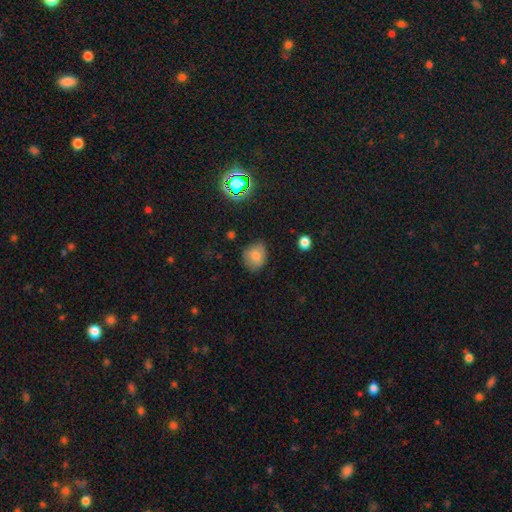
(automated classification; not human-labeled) Smooth or featured?
  - smooth: 75% *
  - featured or disk: 13%
  - star or artifact: 13%
How rounded?
  - round: 54% *
  - in between: 45%
  - cigar-shaped: 1%
Merging?
  - none: 69% *
  - minor disturbance: 24%
  - major disturbance: 6%
  - merger: 2%